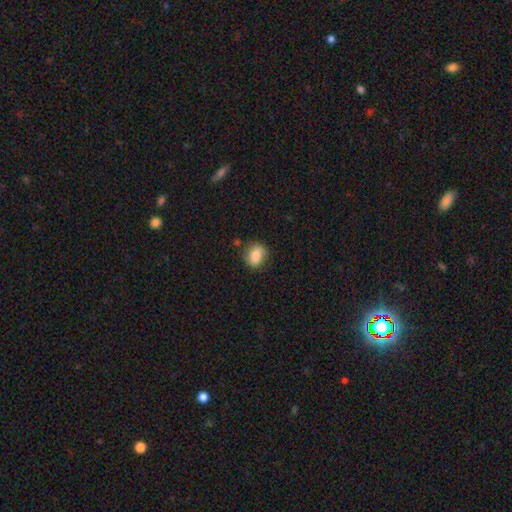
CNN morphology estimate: smooth 81%, featured or disk 10%, star or artifact 8%. Down the decision tree: how rounded — round (54%); merging — none (74%).